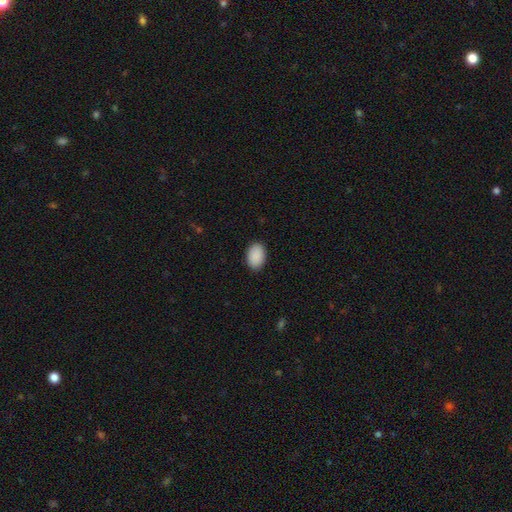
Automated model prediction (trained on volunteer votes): The model was most divided on "how rounded": in between: 88%, round: 11%, cigar-shaped: 1%. More confident: smooth or featured — smooth (91%); merging — none (89%).